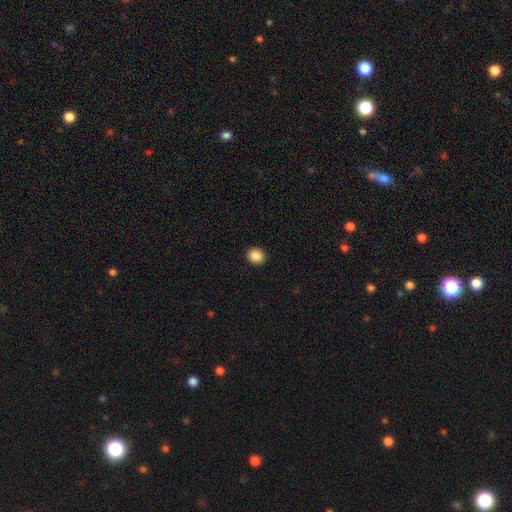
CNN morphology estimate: This is clearly a smooth galaxy (88%). How rounded: likely round (80%). Merging: clearly none (92%).